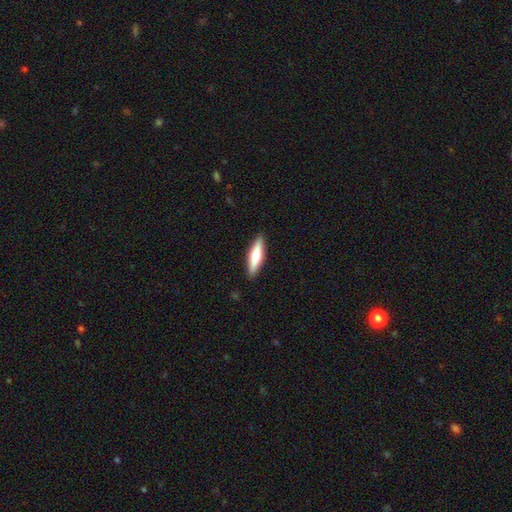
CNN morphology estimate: type=smooth (65%); roundness=cigar-shaped (70%); merging=none (90%).